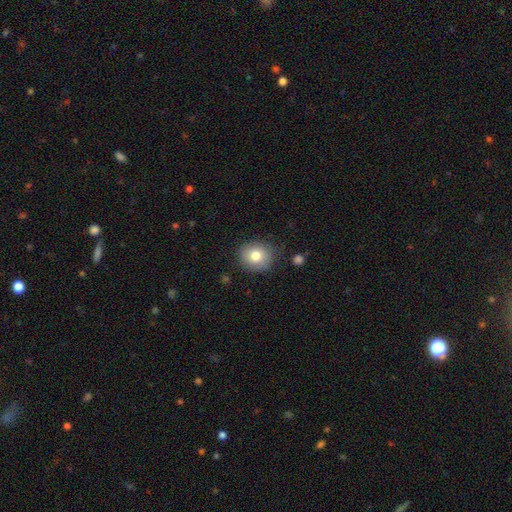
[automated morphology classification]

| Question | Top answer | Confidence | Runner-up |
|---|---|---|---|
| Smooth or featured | smooth | 78% | featured or disk (13%) |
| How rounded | round | 79% | in between (20%) |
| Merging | none | 84% | minor disturbance (12%) |